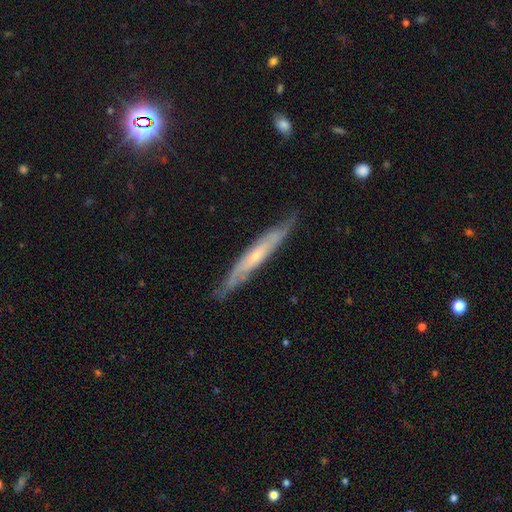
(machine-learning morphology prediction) Smooth or featured: featured or disk — 68% (smooth — 26%)
Edge-on disk: yes — 73% (no — 27%)
Merging: none — 78% (minor disturbance — 17%)